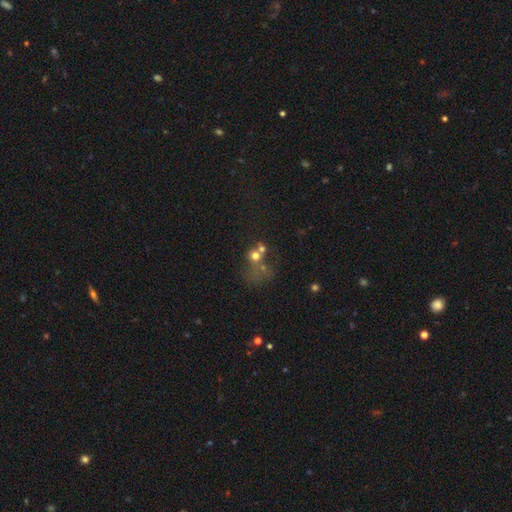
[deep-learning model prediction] Q: Smooth or featured?
A: smooth (57%); runner-up: featured or disk (22%)
Q: How rounded?
A: round (73%); runner-up: in between (26%)
Q: Merging?
A: merger (48%); runner-up: none (29%)